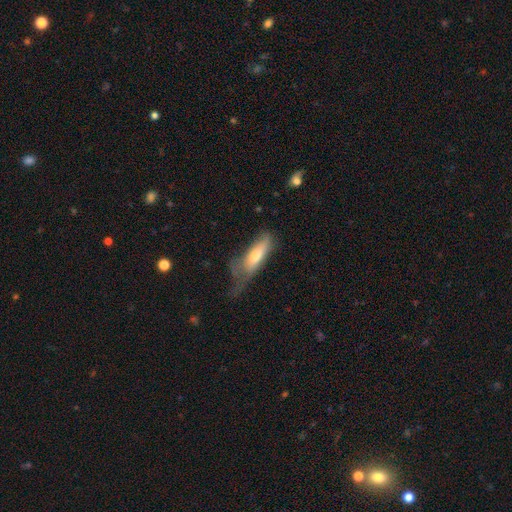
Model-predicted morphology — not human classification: smooth-or-featured: smooth: 65% | featured or disk: 29% | star or artifact: 6%
  how-rounded: in between: 52% | cigar-shaped: 46% | round: 2%
  merging: major disturbance: 40% | minor disturbance: 33% | none: 24% | merger: 3%